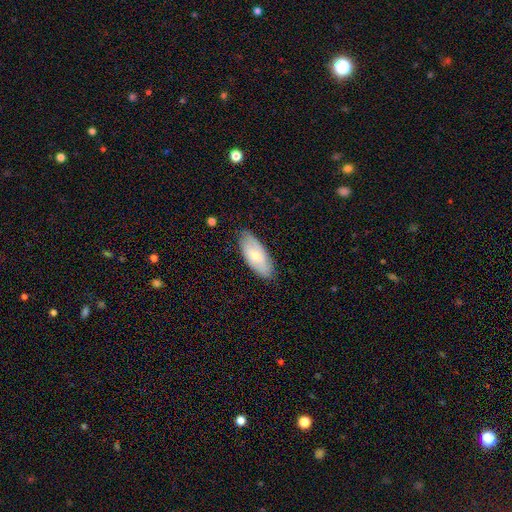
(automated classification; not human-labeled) This is likely a smooth galaxy (63%). How rounded: clearly in between (87%). Merging: clearly none (82%).